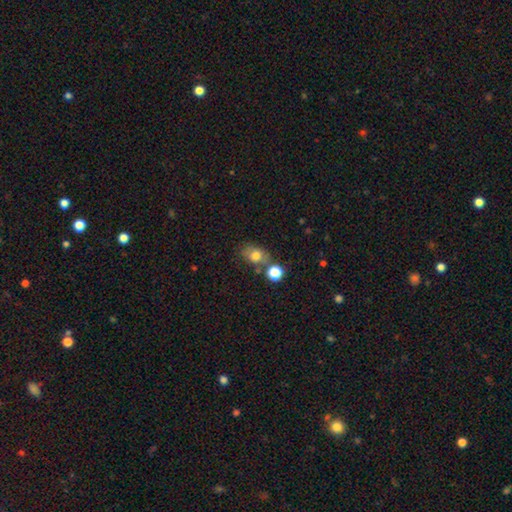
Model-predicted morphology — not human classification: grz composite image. It shows a smooth galaxy with no disk features (75%) that is in between round and cigar-shaped (68%). Merging: none (59%).